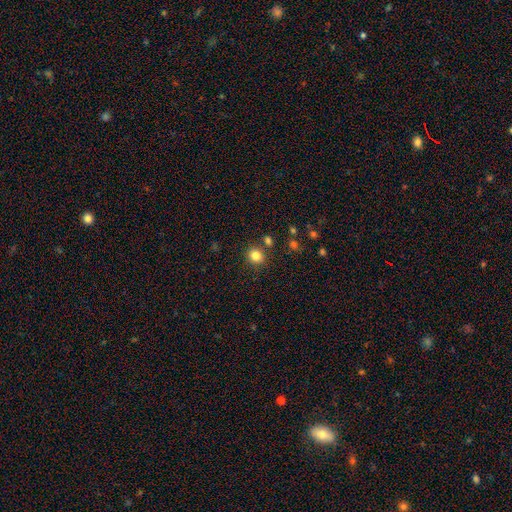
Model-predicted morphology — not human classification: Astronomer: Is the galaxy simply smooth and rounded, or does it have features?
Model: smooth — 82%.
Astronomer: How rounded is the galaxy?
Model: round — 79%.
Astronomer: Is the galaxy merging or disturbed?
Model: none — 82%.